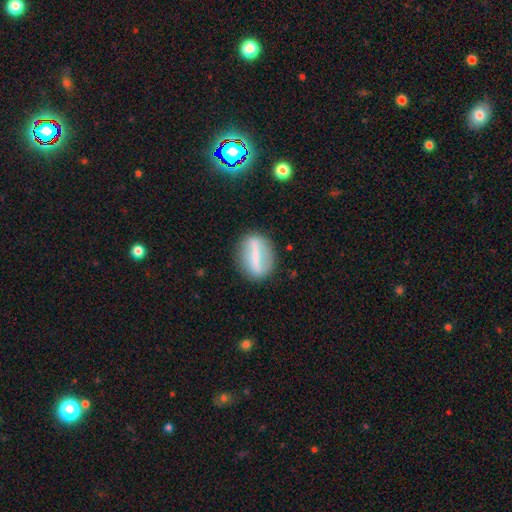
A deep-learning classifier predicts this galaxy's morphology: type=featured or disk (54%); edge-on=no (76%); merging=none (84%).